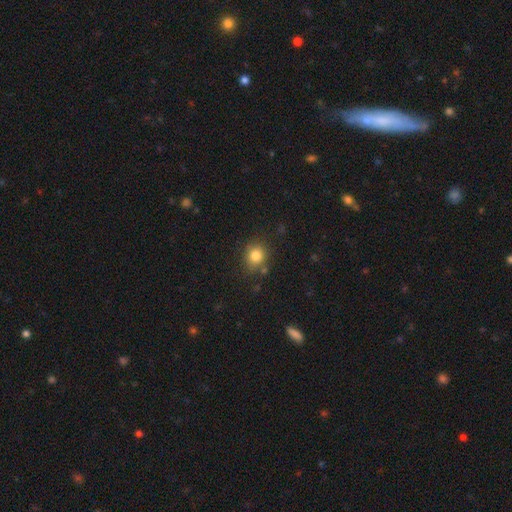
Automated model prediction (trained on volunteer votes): This appears to be a smooth galaxy with no disk features (82%) that is round (79%). Merging: none (78%).